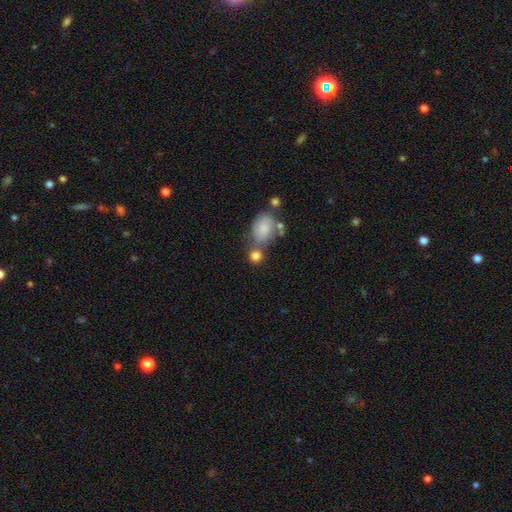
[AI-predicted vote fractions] Smooth or featured: smooth — 80% (star or artifact — 10%)
How rounded: round — 76% (in between — 23%)
Merging: none — 53% (merger — 28%)